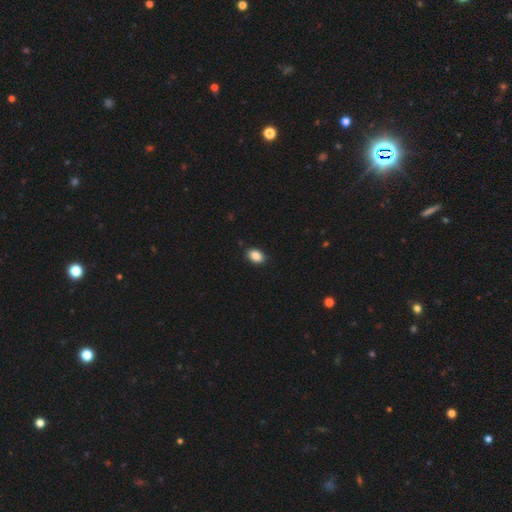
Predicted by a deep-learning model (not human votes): smooth 88%, star or artifact 8%, featured or disk 4%. Down the decision tree: how rounded — in between (84%); merging — none (88%).